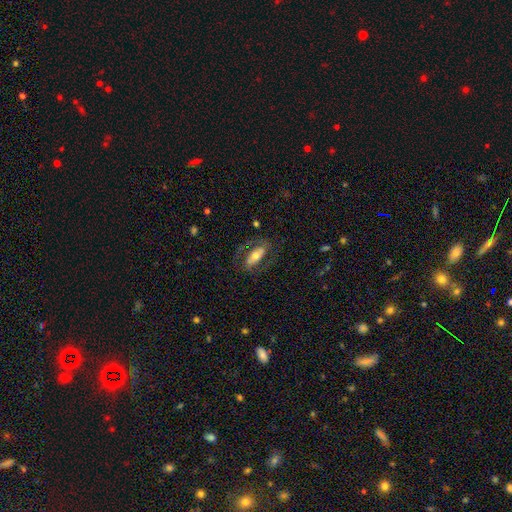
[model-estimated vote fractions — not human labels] Overall: featured or disk (50%; smooth 44%). Merging: none (68%).